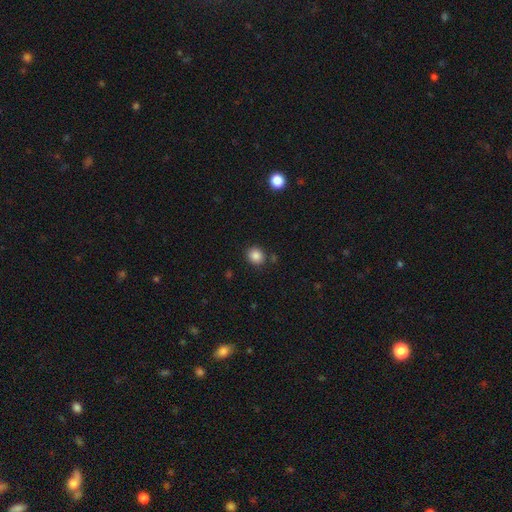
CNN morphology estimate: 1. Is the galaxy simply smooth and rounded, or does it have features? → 86% smooth, 10% star or artifact, 4% featured or disk.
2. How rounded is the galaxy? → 75% round, 24% in between, 1% cigar-shaped.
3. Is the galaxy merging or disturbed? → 85% none, 9% minor disturbance, 3% merger, 3% major disturbance.